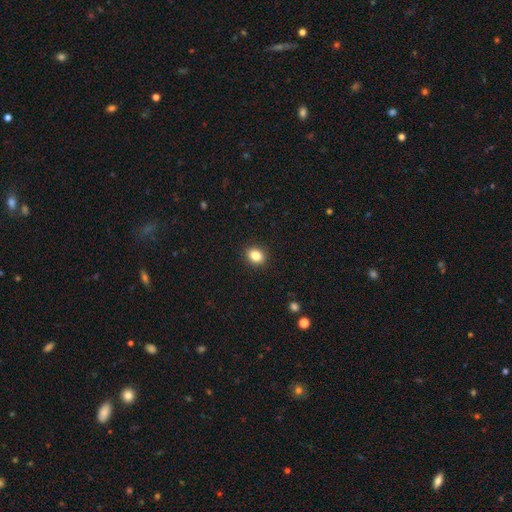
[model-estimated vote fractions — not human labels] Smooth or featured? smooth (84%)
How rounded? in between (52%)
Merging? none (91%)